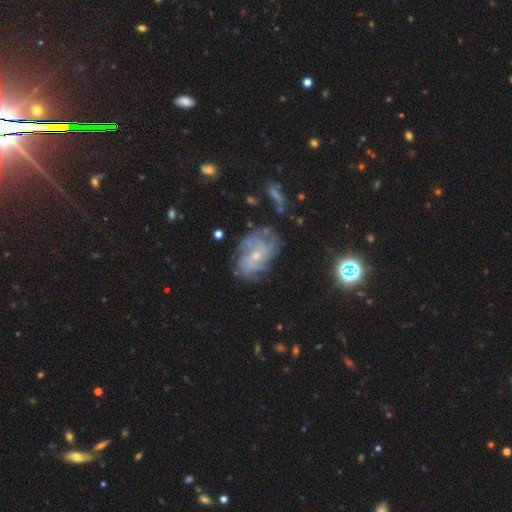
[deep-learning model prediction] smooth-or-featured: featured or disk: 74% | smooth: 16% | star or artifact: 10%
  disk-edge-on: no: 96% | yes: 4%
    bar: no: 71% | weak: 24% | strong: 4%
    has-spiral-arms: yes: 81% | no: 19%
      spiral-winding: tight: 45% | medium: 37% | loose: 18%
      spiral-arm-count: can't tell: 51% | 2: 13% | 4: 13% | 3: 12% | more than 4: 7% | 1: 5%
    bulge-size: small: 70% | moderate: 25% | none: 3% | large: 1% | dominant: 1%
  merging: none: 60% | minor disturbance: 22% | major disturbance: 14% | merger: 4%